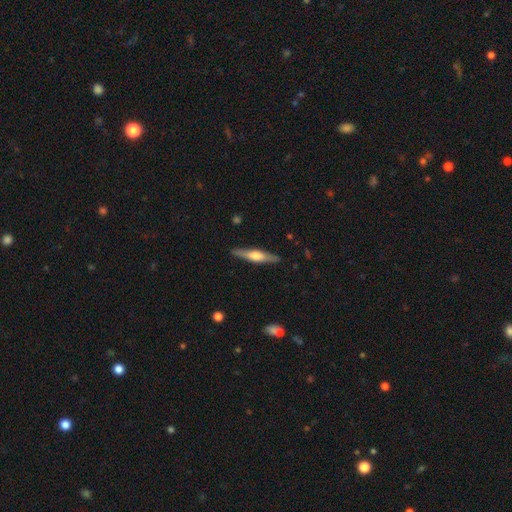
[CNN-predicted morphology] Overall: featured or disk (59%; smooth 36%). Edge-on disk: yes (95%). Edge-on bulge: rounded (85%). Merging: none (89%).